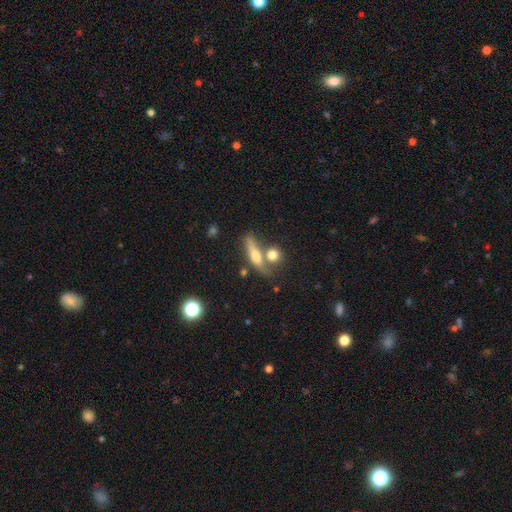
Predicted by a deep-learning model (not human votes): A smooth galaxy with no disk features (57%) that is cigar-shaped (55%).

Vote fractions:
- Smooth or featured? smooth: 57% / featured or disk: 33% / star or artifact: 10%
- How rounded? cigar-shaped: 55% / in between: 31% / round: 14%
- Merging? none: 50% / merger: 27% / minor disturbance: 14% / major disturbance: 8%